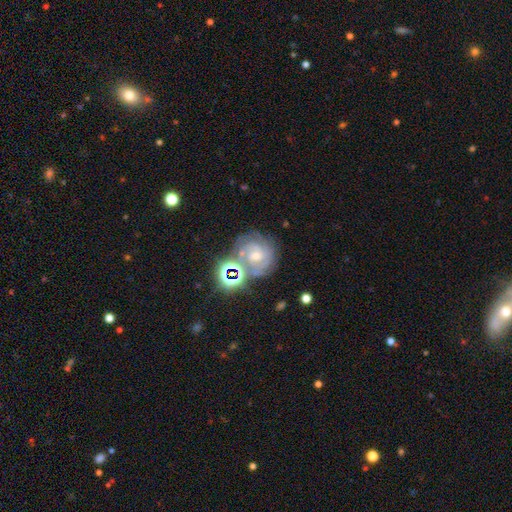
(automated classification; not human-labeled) Q: Smooth or featured?
A: featured or disk (68%); runner-up: star or artifact (20%)
Q: Edge-on disk?
A: no (97%); runner-up: yes (3%)
Q: Bar?
A: no (62%); runner-up: weak (28%)
Q: Spiral arms?
A: yes (94%); runner-up: no (6%)
Q: Spiral winding?
A: tight (72%); runner-up: medium (23%)
Q: Spiral arm count?
A: 3 (29%); runner-up: can't tell (28%)
Q: Bulge size?
A: moderate (48%); runner-up: small (46%)
Q: Merging?
A: none (66%); runner-up: minor disturbance (15%)